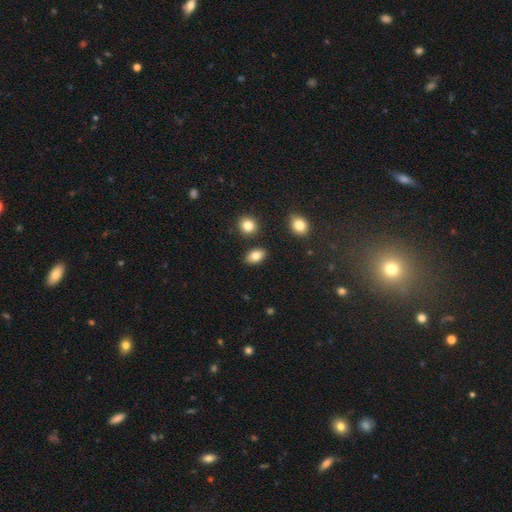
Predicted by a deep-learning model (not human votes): A smooth galaxy with no disk features (83%) that is in between round and cigar-shaped (84%).

Vote fractions:
- Smooth or featured? smooth: 83% / star or artifact: 9% / featured or disk: 8%
- How rounded? in between: 84% / round: 14% / cigar-shaped: 2%
- Merging? none: 85% / minor disturbance: 9% / merger: 4% / major disturbance: 2%